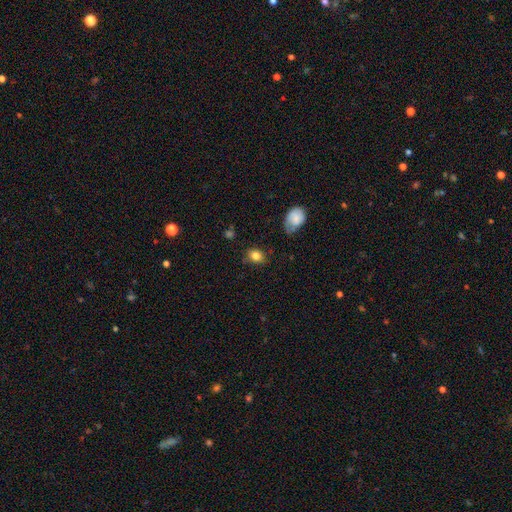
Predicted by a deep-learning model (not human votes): smooth 81%, featured or disk 10%, star or artifact 9%. Down the decision tree: how rounded — in between (63%); merging — none (76%).